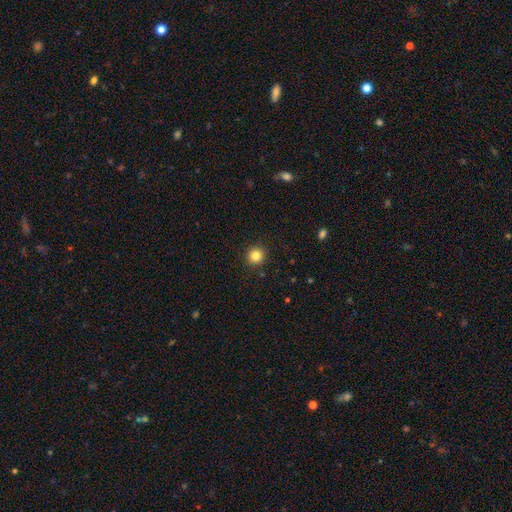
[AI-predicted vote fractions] Smooth or featured?
  - smooth: 83% *
  - star or artifact: 11%
  - featured or disk: 5%
How rounded?
  - round: 95% *
  - in between: 4%
  - cigar-shaped: 1%
Merging?
  - none: 92% *
  - minor disturbance: 5%
  - major disturbance: 2%
  - merger: 1%